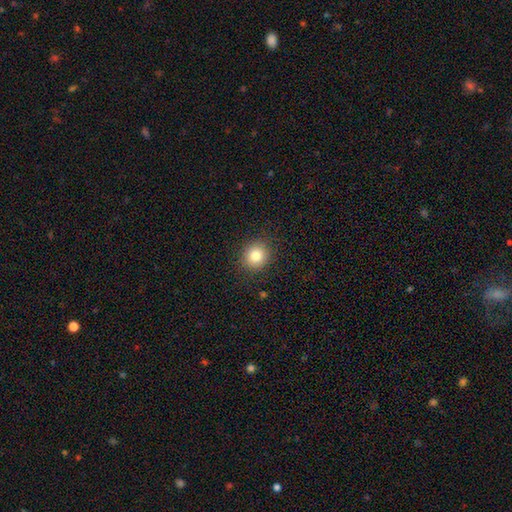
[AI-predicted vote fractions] This appears to be a smooth galaxy with no disk features (82%) that is round (82%). Merging: none (89%).